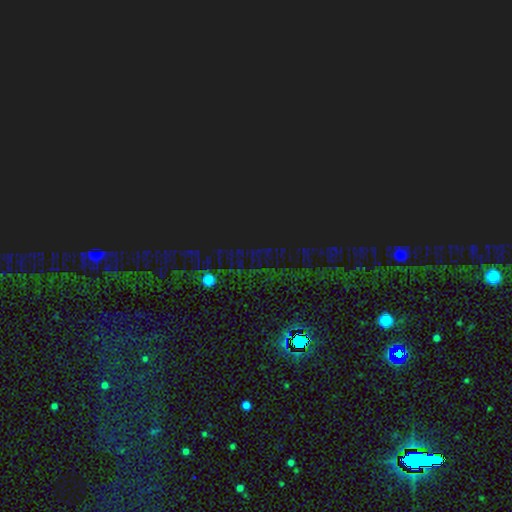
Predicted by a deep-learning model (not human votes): A star or artifact, not a galaxy (83%).